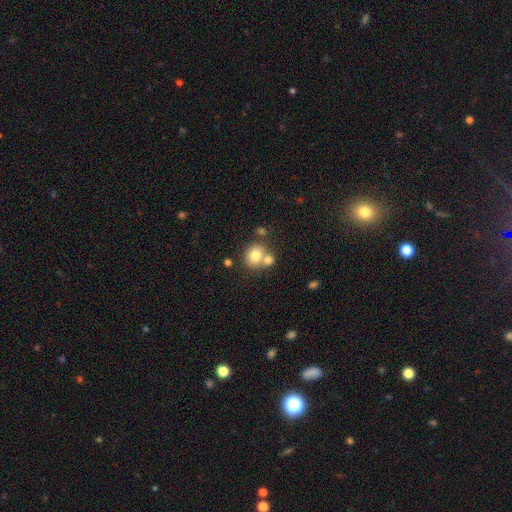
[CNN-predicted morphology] Smooth or featured? smooth (78%)
How rounded? round (73%)
Merging? none (49%)